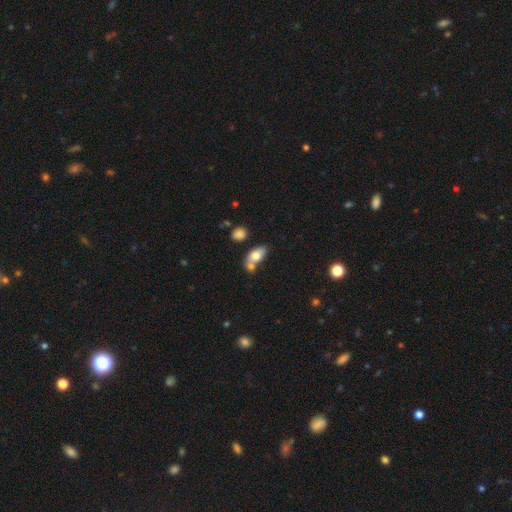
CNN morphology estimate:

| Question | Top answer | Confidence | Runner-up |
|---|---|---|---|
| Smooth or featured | smooth | 74% | featured or disk (18%) |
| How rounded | in between | 85% | round (10%) |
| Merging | merger | 46% | none (36%) |